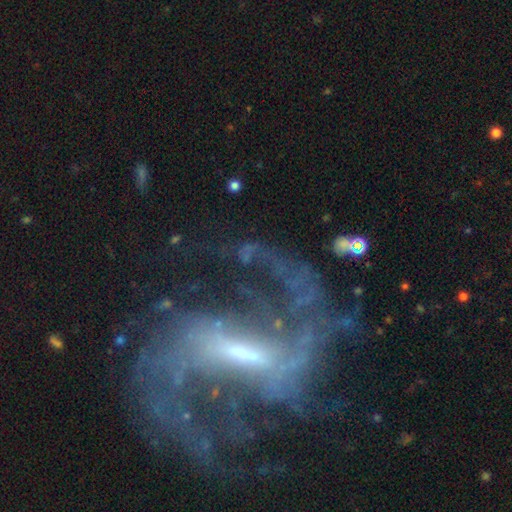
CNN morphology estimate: A featured or disk galaxy (83%) with a strong bar (49%), 2 (56%) loose (56%) spiral arms (88%) and a small central bulge (49%).

Vote fractions:
- Smooth or featured? featured or disk: 83% / star or artifact: 10% / smooth: 7%
- Edge-on disk? no: 94% / yes: 6%
- Bar? strong: 49% / weak: 37% / no: 15%
- Spiral arms? yes: 88% / no: 12%
- Spiral winding? loose: 56% / medium: 31% / tight: 12%
- Spiral arm count? 2: 56% / can't tell: 17% / 3: 9% / 1: 8% / 4: 6% / more than 4: 5%
- Bulge size? small: 49% / moderate: 32% / none: 12% / large: 5% / dominant: 2%
- Merging? none: 44% / major disturbance: 34% / minor disturbance: 15% / merger: 8%